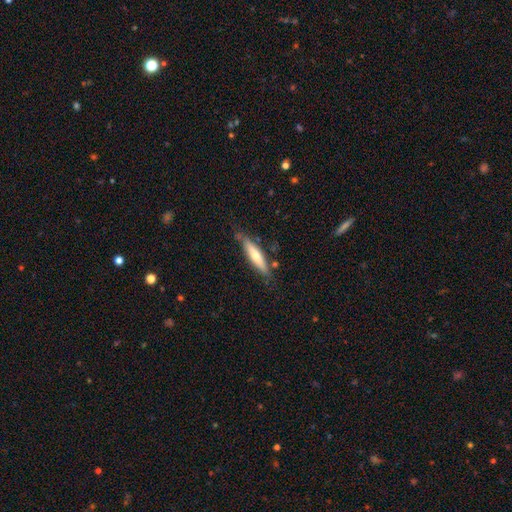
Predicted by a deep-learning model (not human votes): Q: Smooth or featured?
A: smooth (54%); runner-up: featured or disk (41%)
Q: How rounded?
A: cigar-shaped (81%); runner-up: in between (17%)
Q: Merging?
A: none (74%); runner-up: minor disturbance (18%)